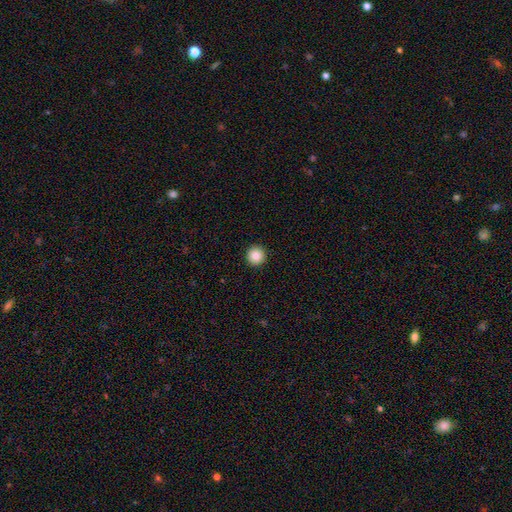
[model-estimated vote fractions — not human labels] This is clearly a smooth galaxy (86%). How rounded: clearly round (96%). Merging: clearly none (94%).